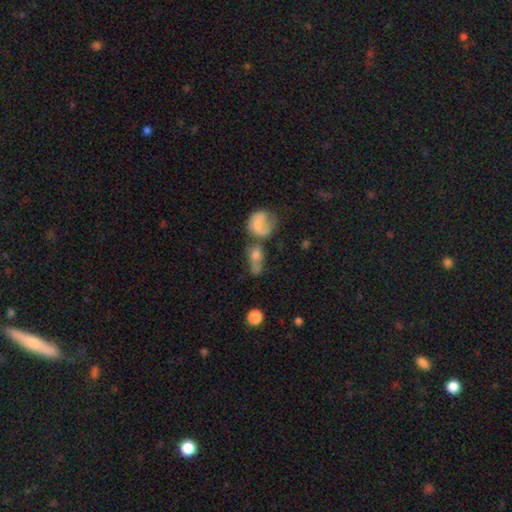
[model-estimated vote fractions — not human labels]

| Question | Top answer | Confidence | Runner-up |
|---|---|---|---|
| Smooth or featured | smooth | 64% | featured or disk (24%) |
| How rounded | in between | 62% | round (31%) |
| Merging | merger | 45% | none (26%) |